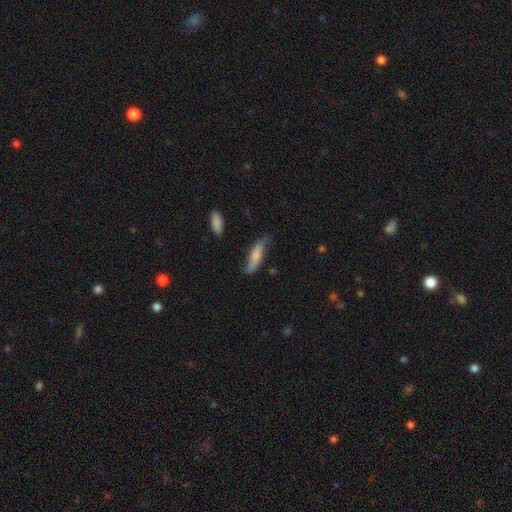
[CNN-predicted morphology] Q: Smooth or featured?
A: smooth (62%); runner-up: featured or disk (32%)
Q: How rounded?
A: cigar-shaped (68%); runner-up: in between (30%)
Q: Merging?
A: none (61%); runner-up: minor disturbance (29%)